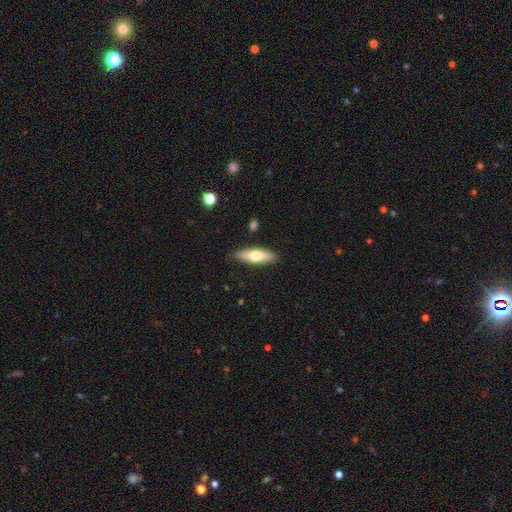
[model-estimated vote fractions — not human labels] Smooth or featured? smooth (63%)
How rounded? in between (50%)
Merging? none (86%)